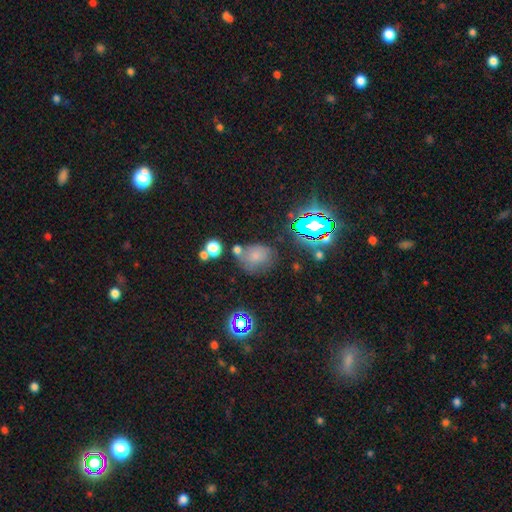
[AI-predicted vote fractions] Smooth or featured?
  - smooth: 64% *
  - star or artifact: 24%
  - featured or disk: 12%
How rounded?
  - round: 54% *
  - in between: 44%
  - cigar-shaped: 1%
Merging?
  - none: 57% *
  - minor disturbance: 20%
  - merger: 15%
  - major disturbance: 8%